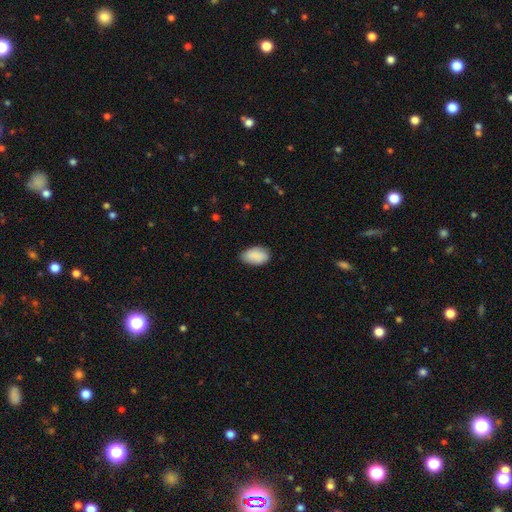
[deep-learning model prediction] A smooth galaxy with no disk features (90%) that is in between round and cigar-shaped (94%).

Vote fractions:
- Smooth or featured? smooth: 90% / star or artifact: 6% / featured or disk: 4%
- How rounded? in between: 94% / round: 5% / cigar-shaped: 1%
- Merging? none: 79% / minor disturbance: 17% / major disturbance: 3% / merger: 1%